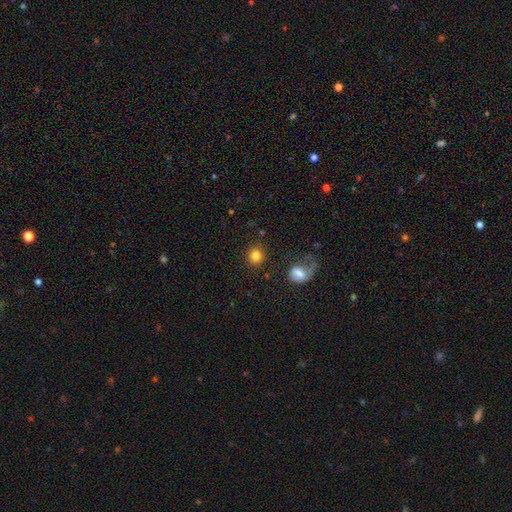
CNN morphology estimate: Smooth or featured? smooth (83%)
How rounded? round (81%)
Merging? none (84%)